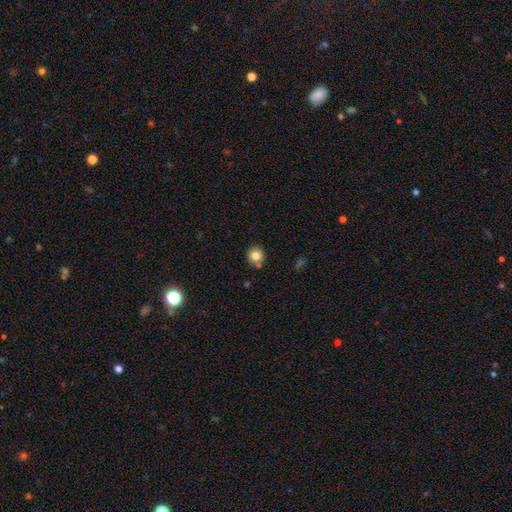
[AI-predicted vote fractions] Smooth or featured: smooth — 82% (star or artifact — 11%)
How rounded: round — 90% (in between — 9%)
Merging: none — 79% (minor disturbance — 11%)